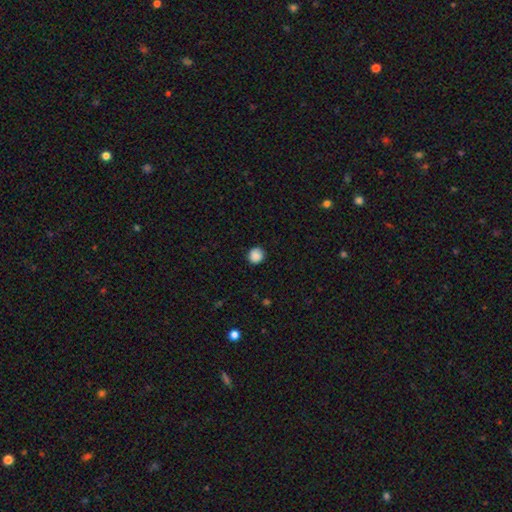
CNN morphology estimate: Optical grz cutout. It shows a smooth galaxy with no disk features (88%) that is round (90%). Merging: none (87%).